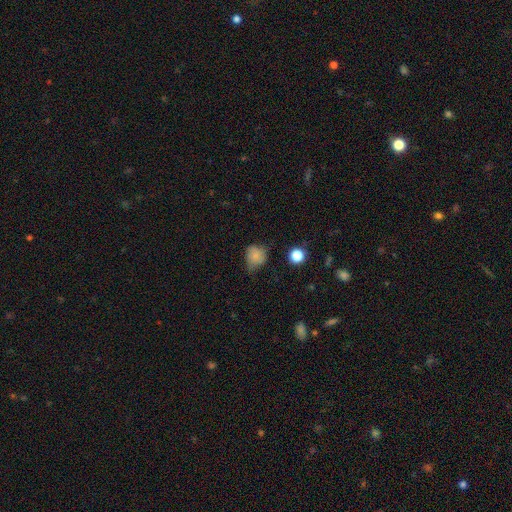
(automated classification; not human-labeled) This appears to be a smooth galaxy with no disk features (76%) that is round (72%). Merging: none (48%).